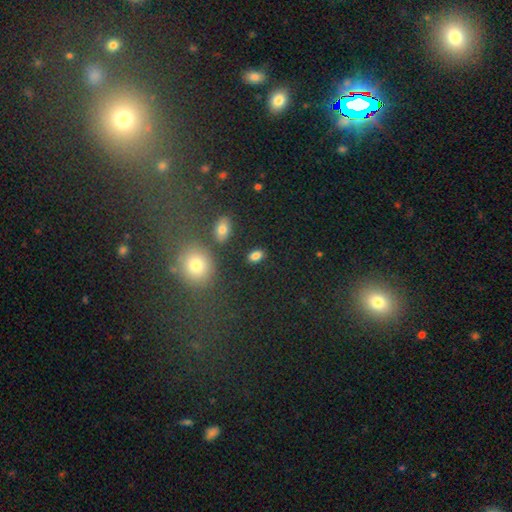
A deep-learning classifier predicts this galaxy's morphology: Smooth or featured?
  - smooth: 83% *
  - star or artifact: 11%
  - featured or disk: 6%
How rounded?
  - in between: 86% *
  - round: 12%
  - cigar-shaped: 3%
Merging?
  - none: 84% *
  - minor disturbance: 9%
  - merger: 4%
  - major disturbance: 3%